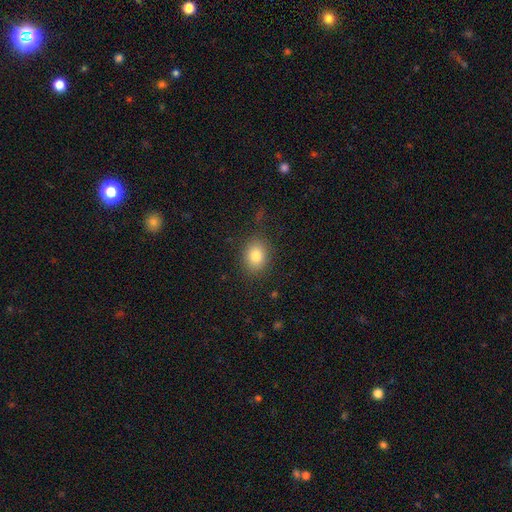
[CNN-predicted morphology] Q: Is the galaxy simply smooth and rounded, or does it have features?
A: smooth — 82%.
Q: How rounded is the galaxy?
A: in between — 52%.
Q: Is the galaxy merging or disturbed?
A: none — 84%.